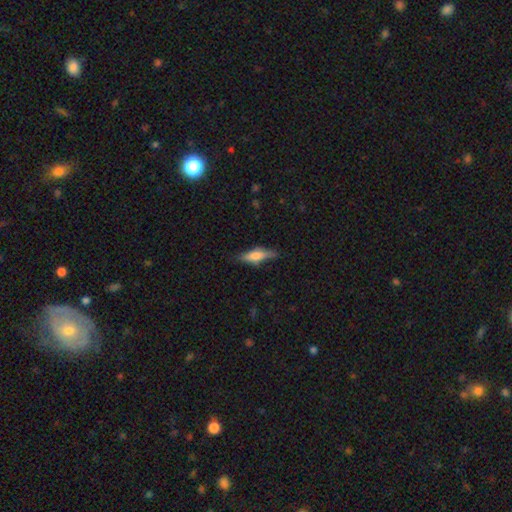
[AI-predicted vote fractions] Morphology: type=smooth (55%); roundness=cigar-shaped (61%); merging=none (76%).